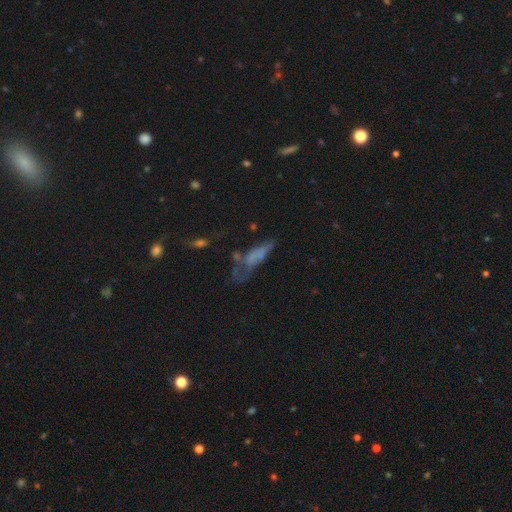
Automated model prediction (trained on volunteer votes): smooth_or_featured: smooth (p=0.45) [alt: featured or disk p=0.38]
merging: major disturbance (p=0.39) [alt: none p=0.26]